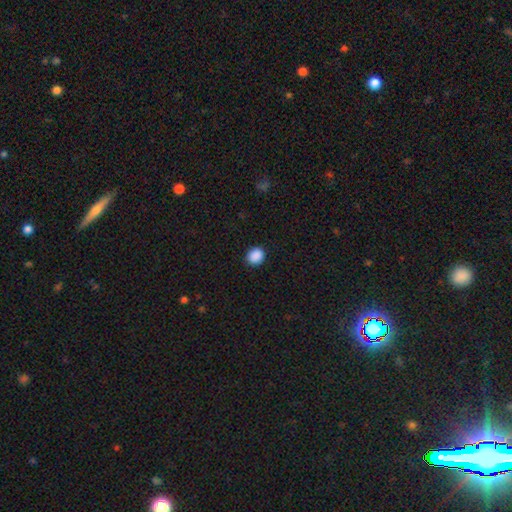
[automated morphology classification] Smooth or featured? Predicted: smooth (p=0.89). How rounded? Predicted: round (p=0.75). Merging? Predicted: none (p=0.90).